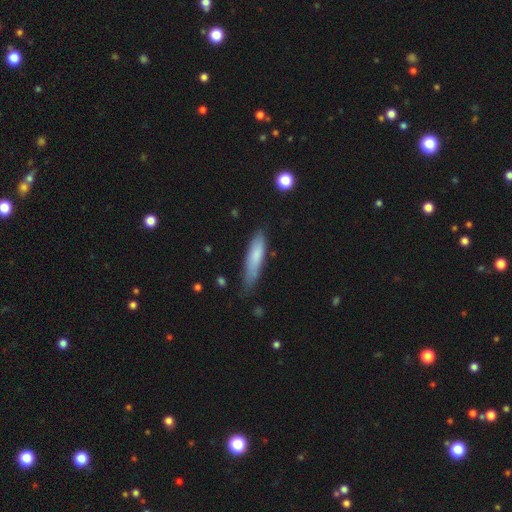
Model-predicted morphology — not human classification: smooth-or-featured: smooth: 77% | featured or disk: 18% | star or artifact: 6%
  how-rounded: cigar-shaped: 73% | in between: 25% | round: 1%
  merging: none: 68% | minor disturbance: 25% | major disturbance: 5% | merger: 2%